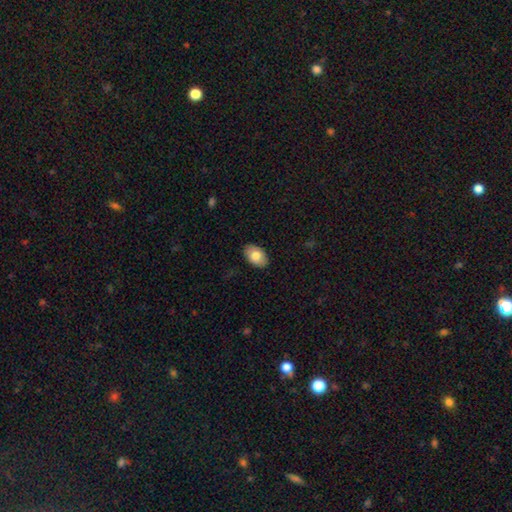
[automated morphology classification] The model was most divided on "smooth or featured": smooth: 79%, featured or disk: 14%, star or artifact: 7%. More confident: how rounded — in between (90%); merging — none (88%).